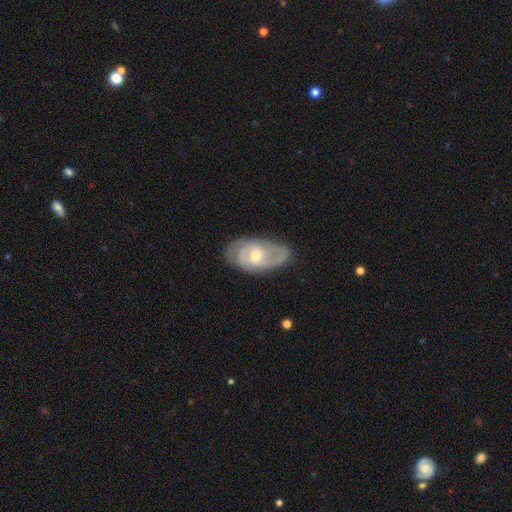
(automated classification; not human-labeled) A featured or disk galaxy (78%) with no bar (54%), 2 (59%) tight (46%) spiral arms (90%) and a moderate central bulge (48%, tied with small). Merging: none (74%).